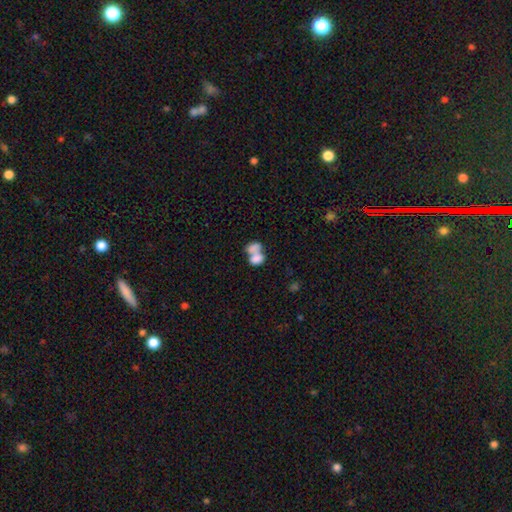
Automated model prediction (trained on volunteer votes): Morphology: type=smooth (70%); roundness=in between (76%); merging=merger (75%).